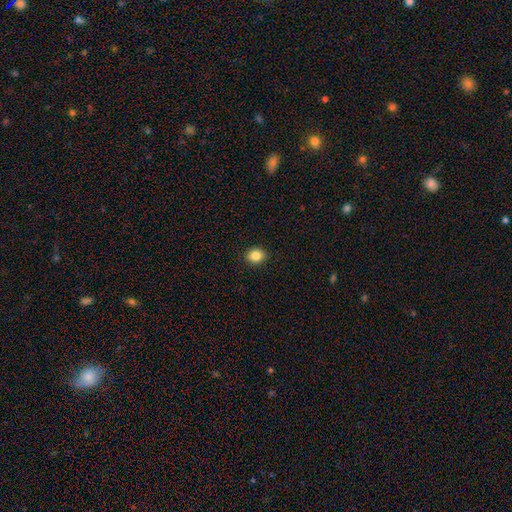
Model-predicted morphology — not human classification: Q: Smooth or featured?
A: smooth (85%); runner-up: star or artifact (10%)
Q: How rounded?
A: round (61%); runner-up: in between (38%)
Q: Merging?
A: none (91%); runner-up: minor disturbance (6%)